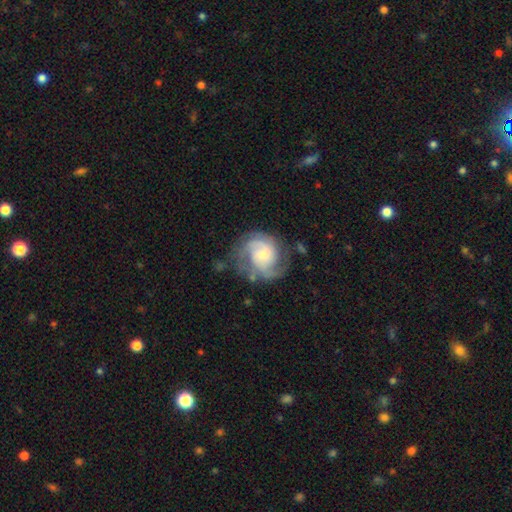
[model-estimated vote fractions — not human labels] Smooth or featured?
  - featured or disk: 84% *
  - smooth: 11%
  - star or artifact: 6%
Edge-on disk?
  - no: 98% *
  - yes: 2%
Bar?
  - no: 56% *
  - weak: 36%
  - strong: 8%
Spiral arms?
  - yes: 96% *
  - no: 4%
Spiral winding?
  - medium: 44% *
  - tight: 43%
  - loose: 13%
Spiral arm count?
  - 2: 61% *
  - 3: 16%
  - can't tell: 13%
  - 1: 4%
  - 4: 3%
  - more than 4: 3%
Bulge size?
  - small: 49% *
  - moderate: 36%
  - large: 8%
  - none: 6%
  - dominant: 2%
Merging?
  - none: 68% *
  - minor disturbance: 19%
  - major disturbance: 11%
  - merger: 2%